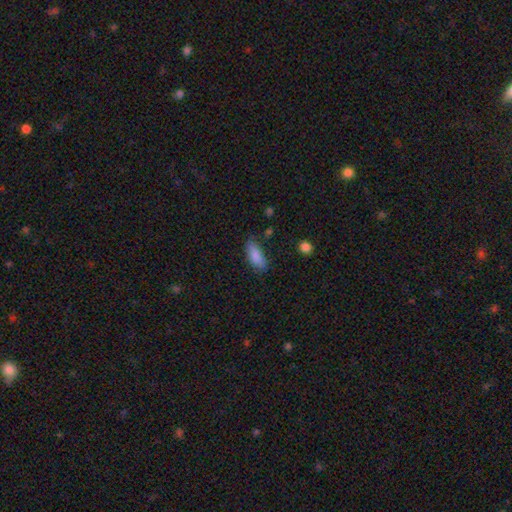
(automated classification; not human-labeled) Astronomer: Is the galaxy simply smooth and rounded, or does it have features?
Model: smooth — 86%.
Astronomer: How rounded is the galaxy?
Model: in between — 80%.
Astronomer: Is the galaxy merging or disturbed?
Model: none — 74%.